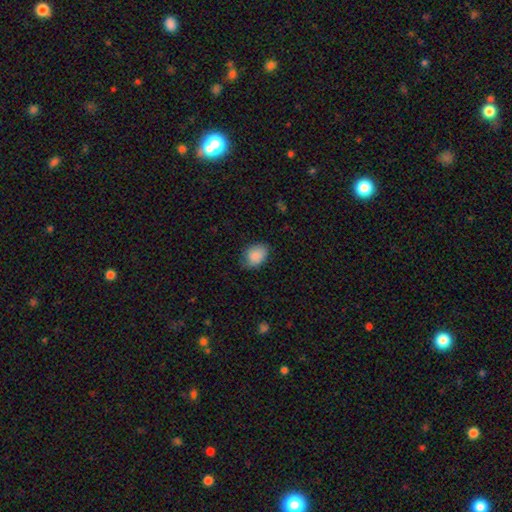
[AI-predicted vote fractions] Overall: smooth (87%). How rounded: in between (72%). Merging: none (71%).